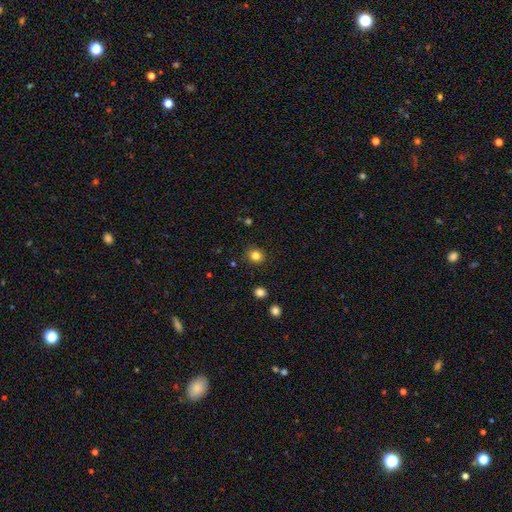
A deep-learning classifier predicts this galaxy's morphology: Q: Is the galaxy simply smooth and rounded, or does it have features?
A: smooth — 83%.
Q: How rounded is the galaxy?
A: round — 84%.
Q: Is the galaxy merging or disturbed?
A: none — 89%.